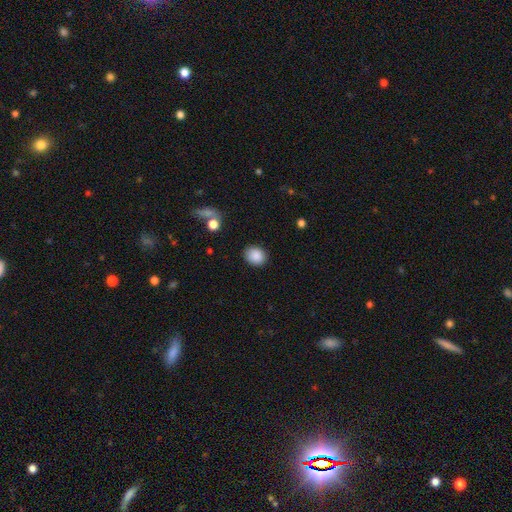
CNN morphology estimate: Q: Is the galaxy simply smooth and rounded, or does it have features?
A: smooth — 88%.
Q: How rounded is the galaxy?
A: round — 56%.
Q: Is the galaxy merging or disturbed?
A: none — 85%.